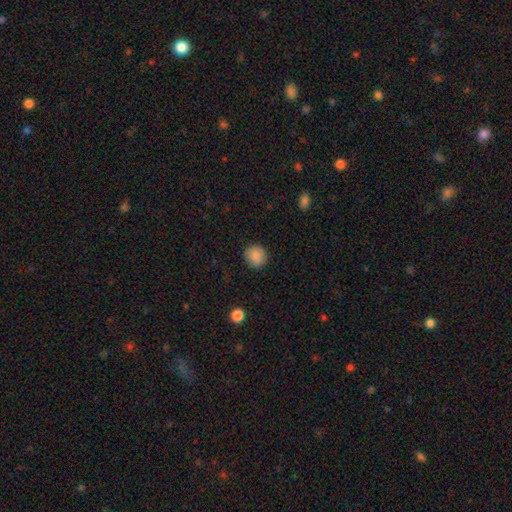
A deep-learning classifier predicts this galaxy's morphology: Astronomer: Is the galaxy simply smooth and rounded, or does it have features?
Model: smooth — 88%.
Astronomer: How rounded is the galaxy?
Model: round — 91%.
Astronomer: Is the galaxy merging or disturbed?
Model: none — 90%.